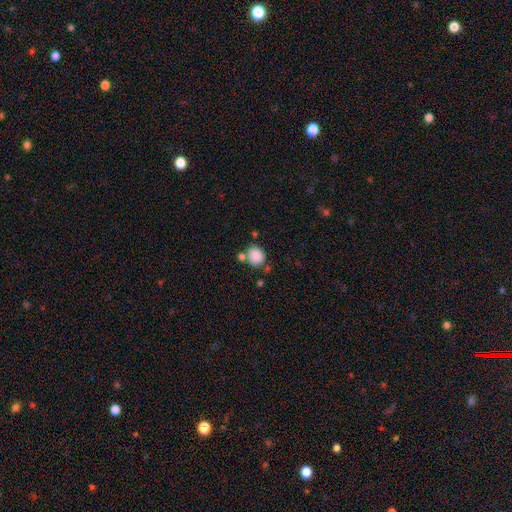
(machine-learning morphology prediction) Smooth or featured?
  - smooth: 86% *
  - star or artifact: 8%
  - featured or disk: 6%
How rounded?
  - round: 73% *
  - in between: 26%
  - cigar-shaped: 1%
Merging?
  - none: 64% *
  - merger: 18%
  - minor disturbance: 14%
  - major disturbance: 4%